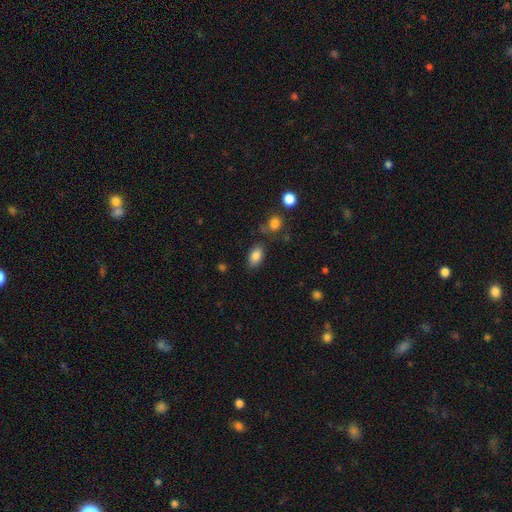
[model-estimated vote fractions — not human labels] smooth_or_featured: smooth (p=0.84) [alt: star or artifact p=0.09]
how_rounded: in between (p=0.90) [alt: round p=0.08]
merging: none (p=0.78) [alt: minor disturbance p=0.14]